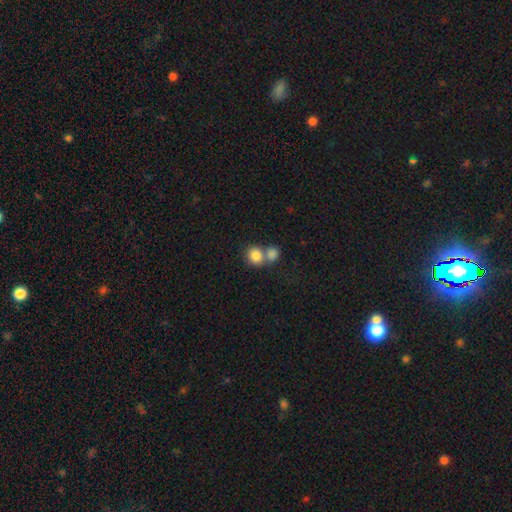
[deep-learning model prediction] Q: Smooth or featured?
A: smooth (84%); runner-up: star or artifact (9%)
Q: How rounded?
A: round (78%); runner-up: in between (21%)
Q: Merging?
A: merger (55%); runner-up: none (35%)